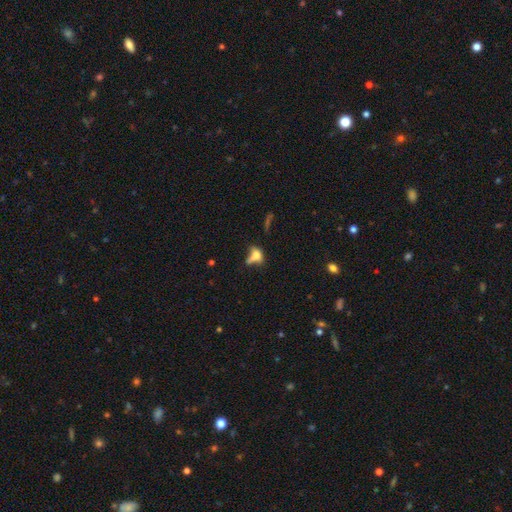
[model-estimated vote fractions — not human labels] Morphology: type=smooth (60%); roundness=in between (68%); merging=merger (34%).